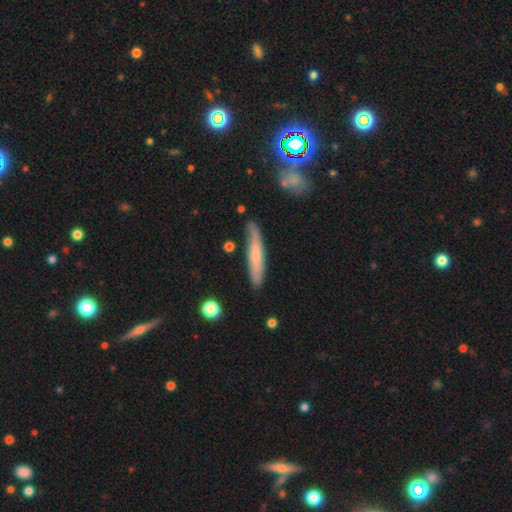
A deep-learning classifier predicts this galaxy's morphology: smooth 56%, featured or disk 38%, star or artifact 6%. Down the decision tree: how rounded — cigar-shaped (90%); merging — none (76%).